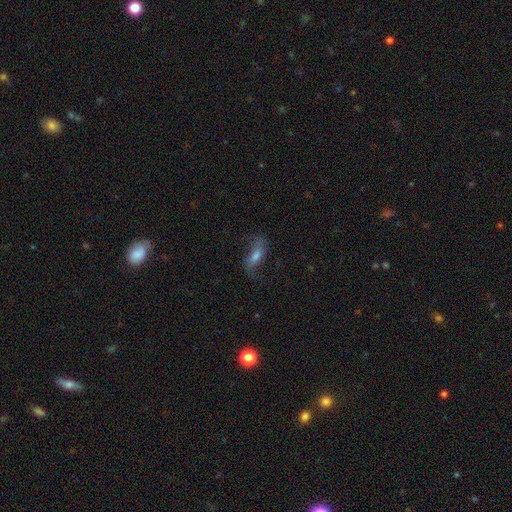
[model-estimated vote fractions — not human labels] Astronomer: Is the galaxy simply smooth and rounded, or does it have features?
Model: featured or disk — 51% (runner-up: smooth, 38%).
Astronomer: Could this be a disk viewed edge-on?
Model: no — 81%.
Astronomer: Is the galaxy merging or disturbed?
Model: none — 63%.